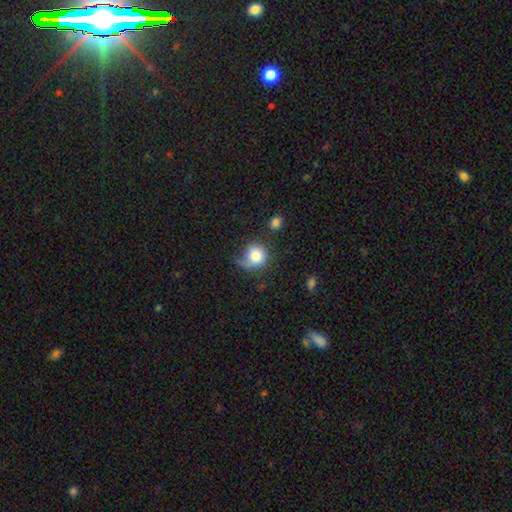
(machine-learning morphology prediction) A smooth galaxy with no disk features (74%) that is round (84%).

Vote fractions:
- Smooth or featured? smooth: 74% / featured or disk: 18% / star or artifact: 8%
- How rounded? round: 84% / in between: 15% / cigar-shaped: 1%
- Merging? none: 42% / minor disturbance: 26% / major disturbance: 25% / merger: 7%